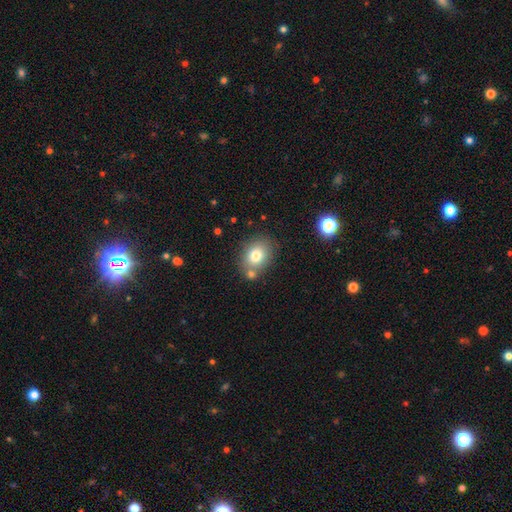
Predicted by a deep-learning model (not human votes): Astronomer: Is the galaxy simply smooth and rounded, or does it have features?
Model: smooth — 77%.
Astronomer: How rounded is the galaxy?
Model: in between — 56% (runner-up: round, 43%).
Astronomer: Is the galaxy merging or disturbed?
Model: none — 67%.